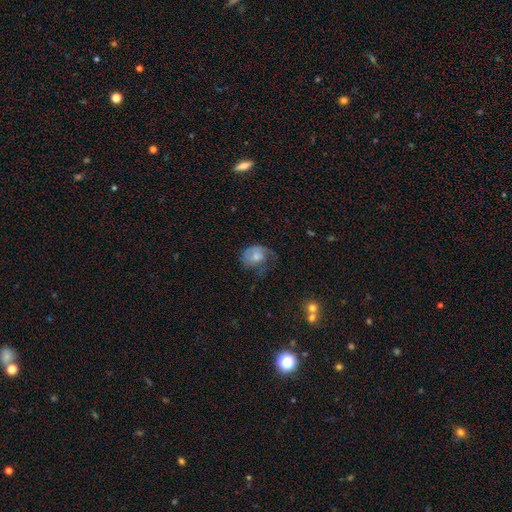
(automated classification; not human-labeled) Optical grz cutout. It shows a featured or disk galaxy (49%). Merging: major disturbance (35%).